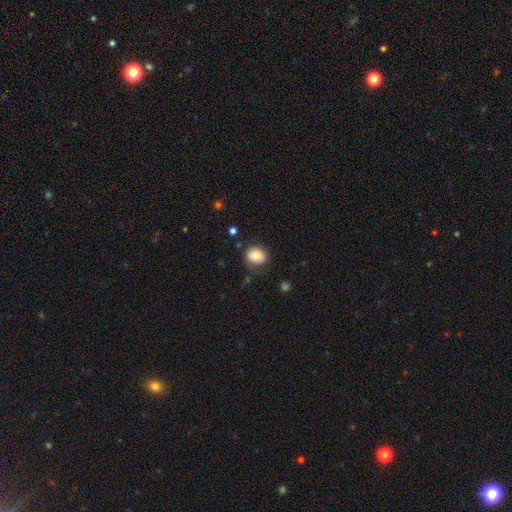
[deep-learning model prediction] This appears to be a smooth galaxy with no disk features (80%) that is round (70%). Merging: none (80%).